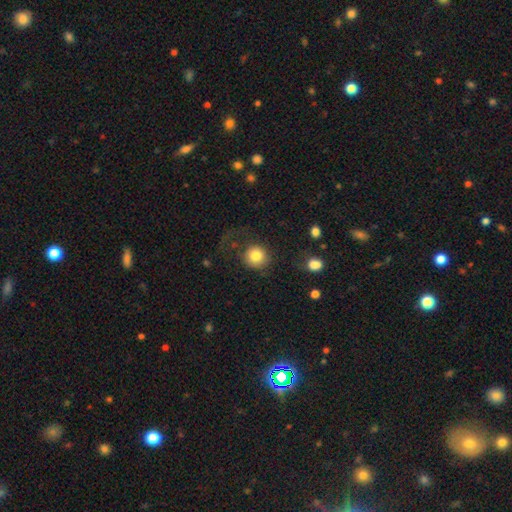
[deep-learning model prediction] Q: Smooth or featured?
A: smooth (81%); runner-up: featured or disk (10%)
Q: How rounded?
A: round (90%); runner-up: in between (9%)
Q: Merging?
A: none (61%); runner-up: major disturbance (21%)